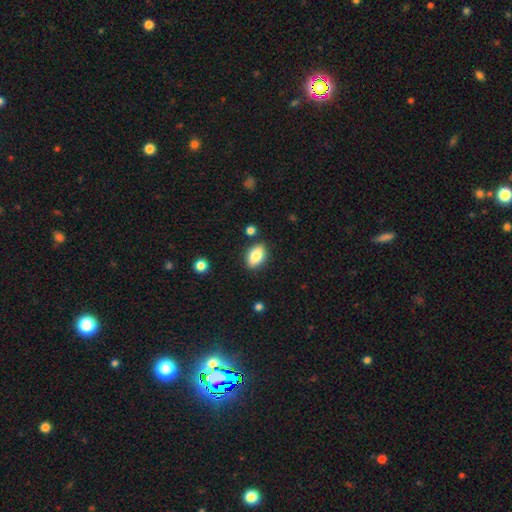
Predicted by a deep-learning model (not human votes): Smooth or featured? smooth (82%)
How rounded? in between (87%)
Merging? none (85%)